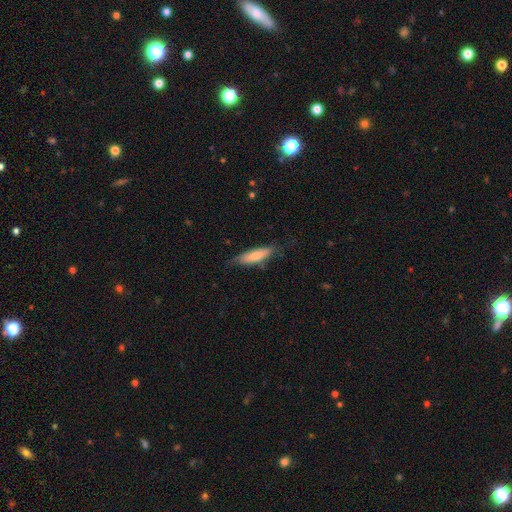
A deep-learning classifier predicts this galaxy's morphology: smooth 70%, featured or disk 24%, star or artifact 6%. Down the decision tree: how rounded — cigar-shaped (61%); merging — none (67%).